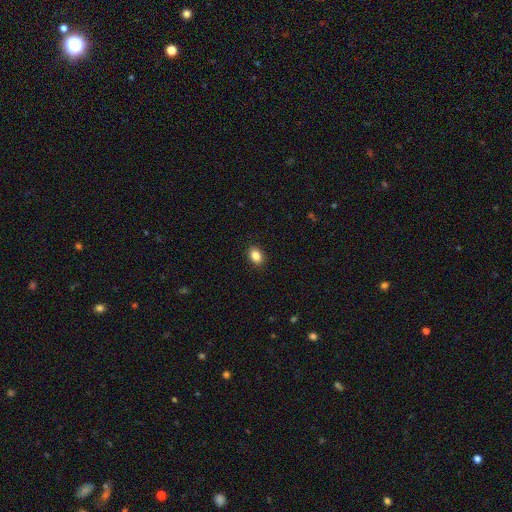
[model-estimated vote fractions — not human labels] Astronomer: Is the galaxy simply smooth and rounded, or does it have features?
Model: smooth — 86%.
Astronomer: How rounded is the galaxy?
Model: in between — 74%.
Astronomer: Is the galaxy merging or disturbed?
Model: none — 90%.